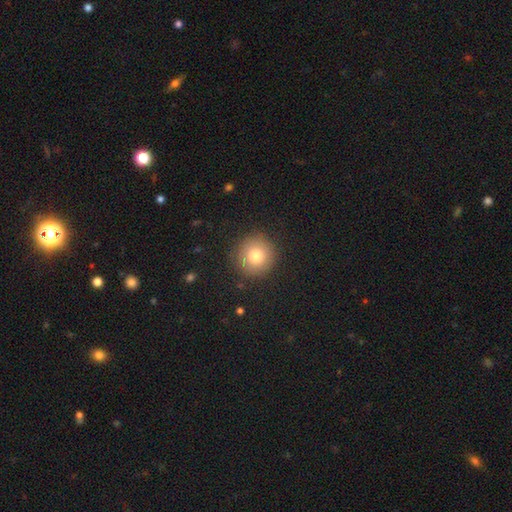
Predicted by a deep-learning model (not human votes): A smooth galaxy with no disk features (77%) that is round (94%).

Vote fractions:
- Smooth or featured? smooth: 77% / featured or disk: 13% / star or artifact: 10%
- How rounded? round: 94% / in between: 5% / cigar-shaped: 1%
- Merging? none: 88% / minor disturbance: 8% / major disturbance: 3% / merger: 1%